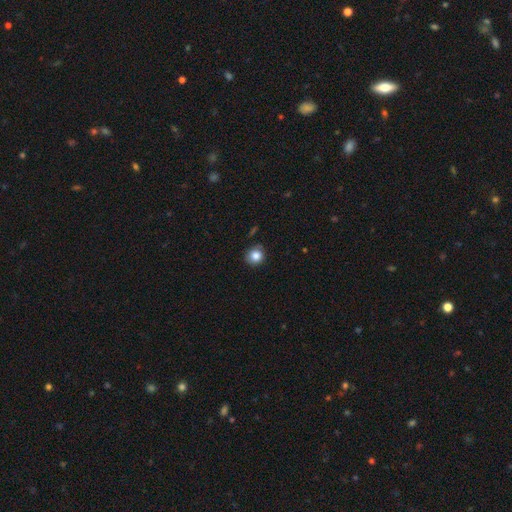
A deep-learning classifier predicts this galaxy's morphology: smooth-or-featured: smooth: 83% | star or artifact: 10% | featured or disk: 7%
  how-rounded: round: 85% | in between: 14% | cigar-shaped: 1%
  merging: none: 79% | minor disturbance: 16% | major disturbance: 3% | merger: 2%